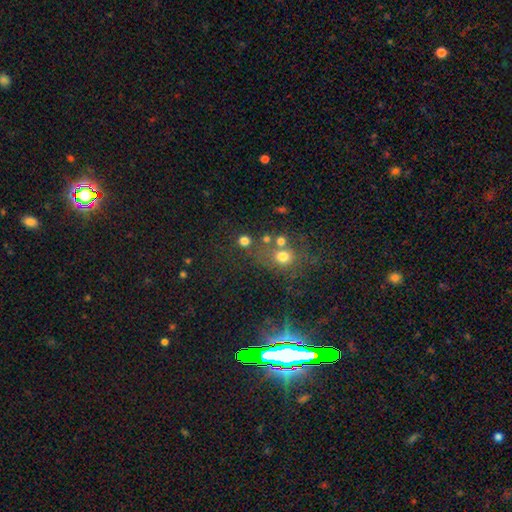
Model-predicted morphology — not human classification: This is likely a star or artifact rather than a galaxy (67%).